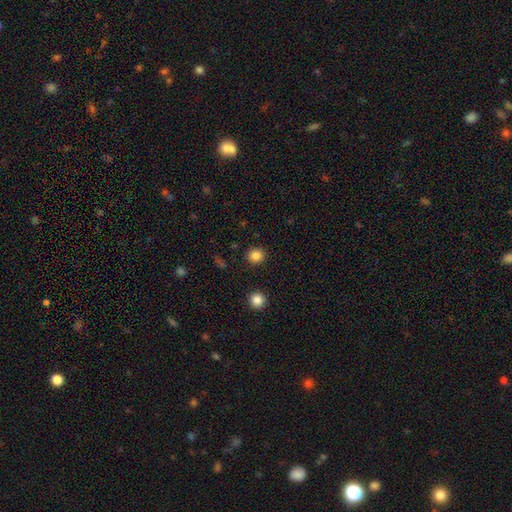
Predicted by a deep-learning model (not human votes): smooth_or_featured: smooth (p=0.85) [alt: star or artifact p=0.12]
how_rounded: round (p=0.86) [alt: in between p=0.13]
merging: none (p=0.90) [alt: minor disturbance p=0.06]